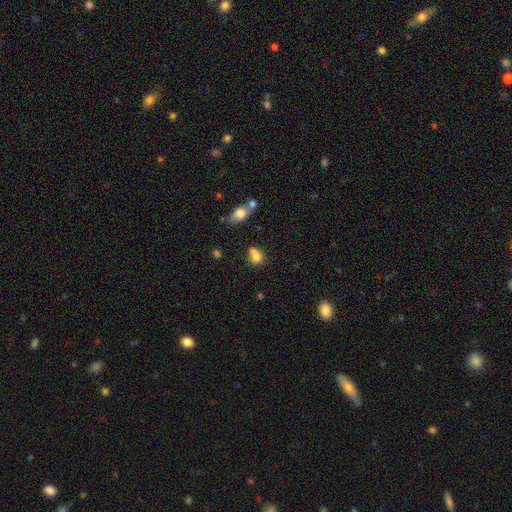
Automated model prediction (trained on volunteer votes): Overall: smooth (77%). How rounded: round (52%; in between 46%). Merging: merger (39%; none 35%).